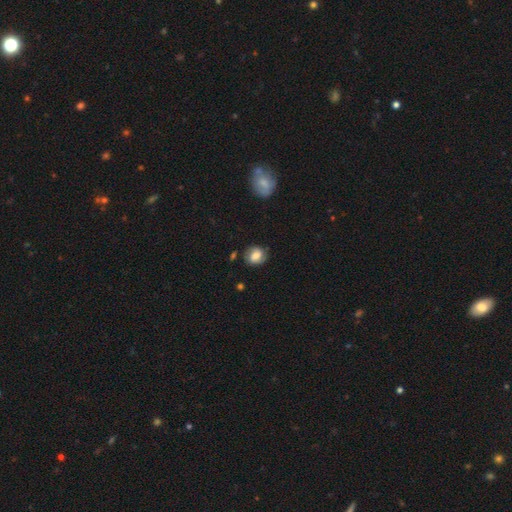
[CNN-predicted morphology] Overall: smooth (61%; featured or disk 30%). How rounded: round (63%; in between 36%). Merging: none (75%).